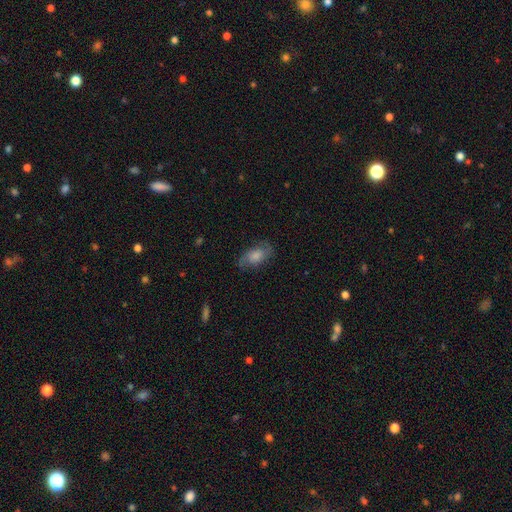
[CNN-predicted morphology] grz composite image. It shows a smooth galaxy with no disk features (53%) that is in between round and cigar-shaped (88%). Merging: none (70%).